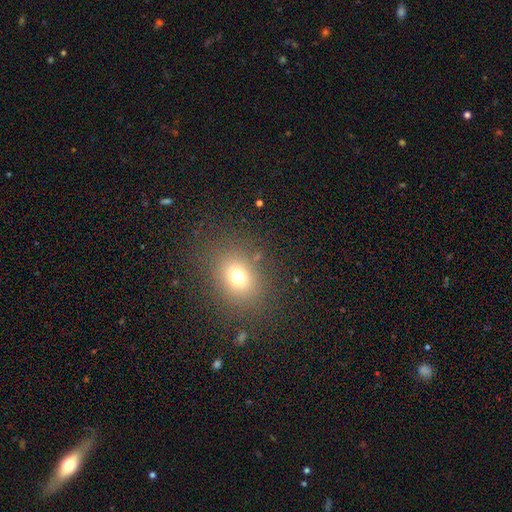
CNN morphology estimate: A smooth galaxy with no disk features (68%) that is in between round and cigar-shaped (52%). Merging: none (86%).